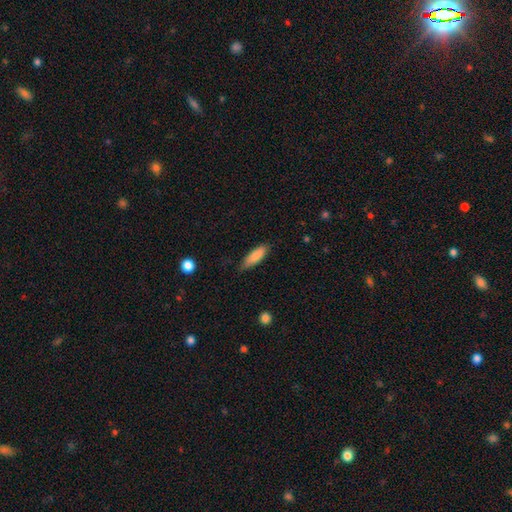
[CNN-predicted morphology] smooth-or-featured: smooth: 85% | featured or disk: 9% | star or artifact: 6%
  how-rounded: in between: 50% | cigar-shaped: 48% | round: 2%
  merging: none: 74% | minor disturbance: 21% | major disturbance: 3% | merger: 1%